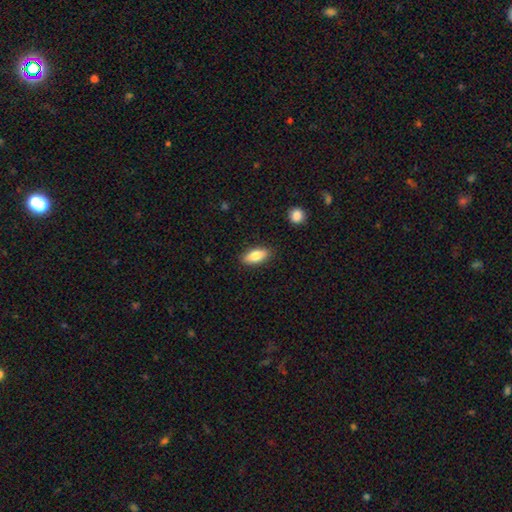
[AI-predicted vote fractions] Q: Smooth or featured?
A: smooth (82%); runner-up: featured or disk (12%)
Q: How rounded?
A: in between (82%); runner-up: cigar-shaped (16%)
Q: Merging?
A: none (87%); runner-up: minor disturbance (9%)